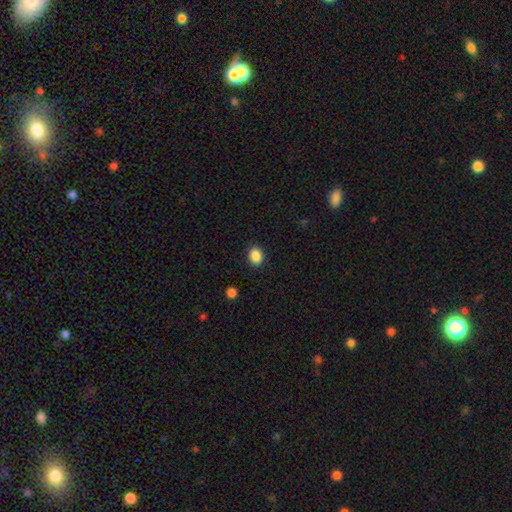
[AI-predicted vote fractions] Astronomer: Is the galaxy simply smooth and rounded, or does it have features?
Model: smooth — 88%.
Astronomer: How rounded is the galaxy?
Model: round — 56% (runner-up: in between, 44%).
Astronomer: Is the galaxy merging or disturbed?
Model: none — 90%.